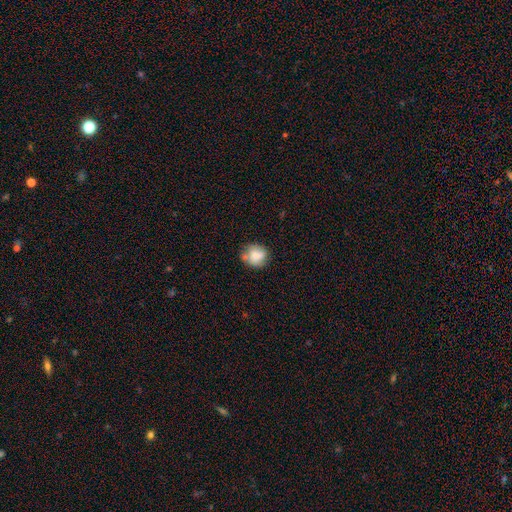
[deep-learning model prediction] Smooth or featured: smooth — 76% (featured or disk — 15%)
How rounded: round — 79% (in between — 20%)
Merging: none — 57% (minor disturbance — 25%)